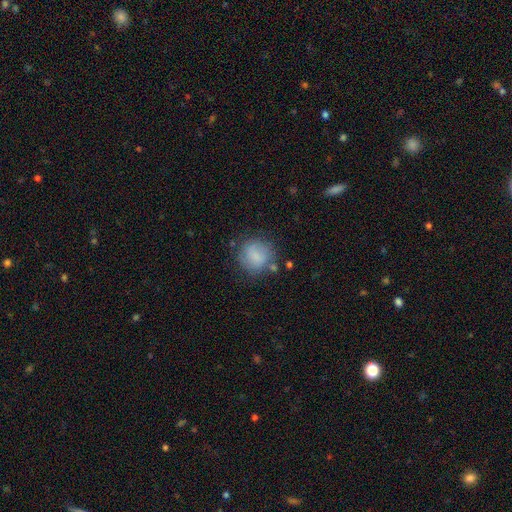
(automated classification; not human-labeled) Smooth or featured? Predicted: smooth (p=0.74). How rounded? Predicted: round (p=0.85). Merging? Predicted: none (p=0.67).